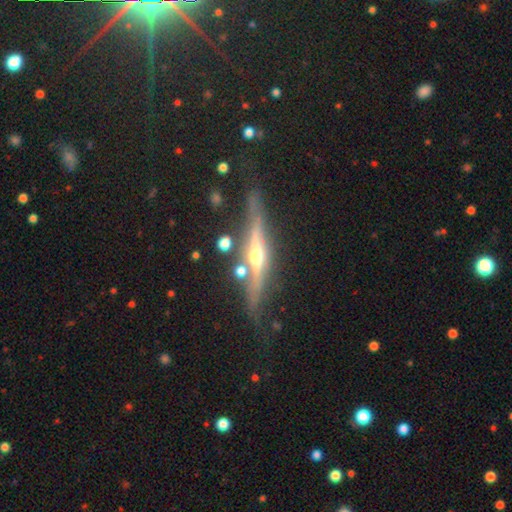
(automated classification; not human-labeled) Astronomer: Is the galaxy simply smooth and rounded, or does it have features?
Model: featured or disk — 83%.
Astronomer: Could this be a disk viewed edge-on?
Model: yes — 96%.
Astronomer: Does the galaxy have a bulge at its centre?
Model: rounded — 91%.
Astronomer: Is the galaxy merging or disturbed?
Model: none — 75%.